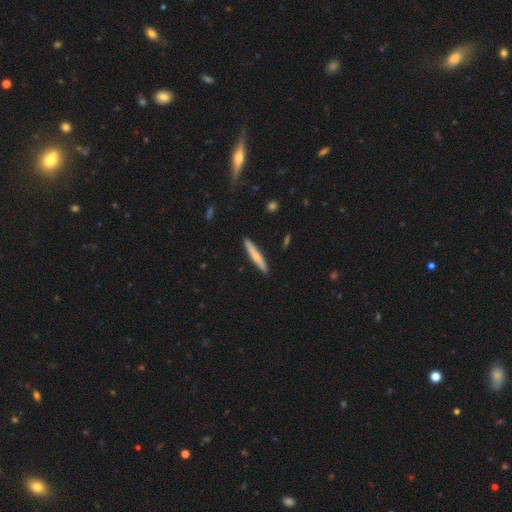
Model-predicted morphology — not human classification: type=smooth (59%); roundness=cigar-shaped (94%); merging=none (90%).